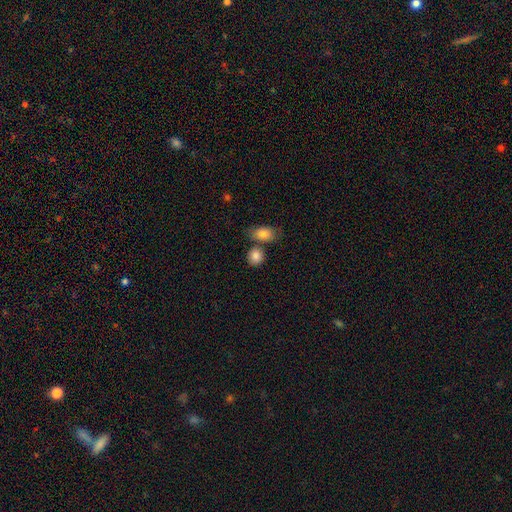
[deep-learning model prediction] A smooth galaxy with no disk features (85%) that is round (71%).

Vote fractions:
- Smooth or featured? smooth: 85% / star or artifact: 8% / featured or disk: 6%
- How rounded? round: 71% / in between: 27% / cigar-shaped: 2%
- Merging? none: 64% / merger: 22% / minor disturbance: 11% / major disturbance: 3%